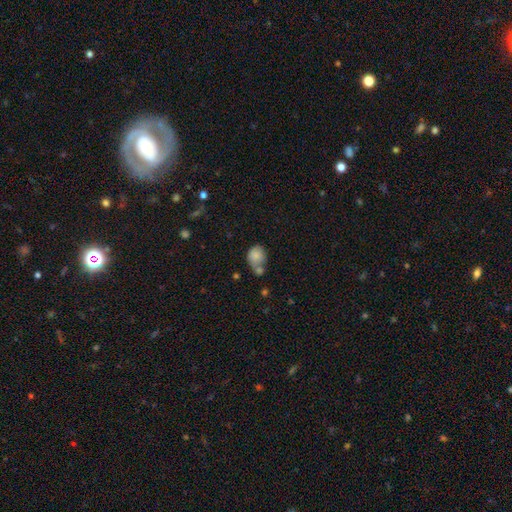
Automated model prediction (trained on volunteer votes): Smooth or featured: smooth — 82% (featured or disk — 10%)
How rounded: round — 59% (in between — 40%)
Merging: merger — 40% (none — 35%)